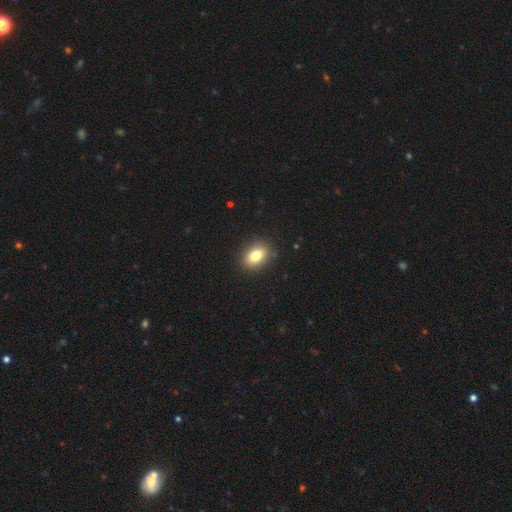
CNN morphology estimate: Smooth or featured: smooth — 81% (star or artifact — 10%)
How rounded: in between — 68% (round — 31%)
Merging: none — 88% (minor disturbance — 8%)